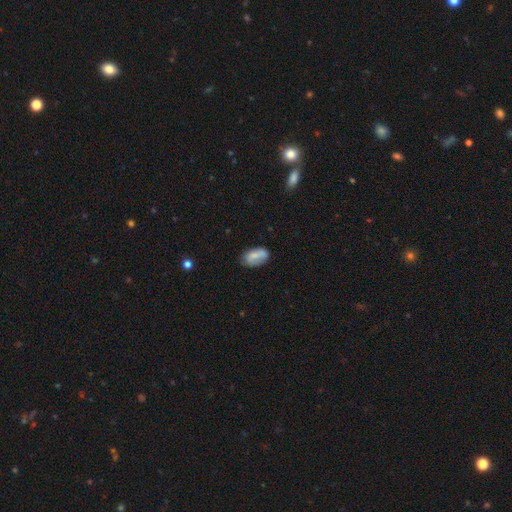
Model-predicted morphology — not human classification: Smooth or featured? Predicted: smooth (p=0.69). How rounded? Predicted: in between (p=0.91). Merging? Predicted: none (p=0.70).